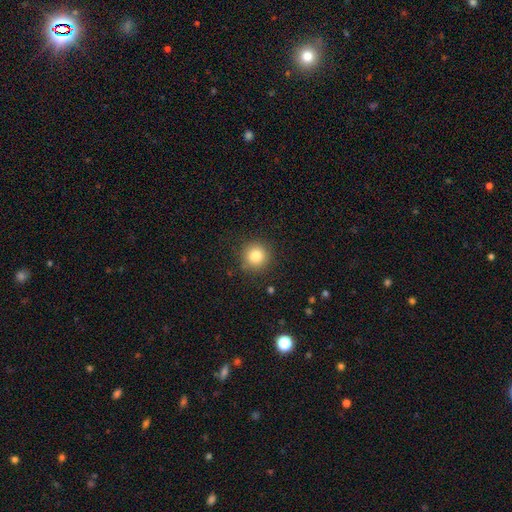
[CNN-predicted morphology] smooth_or_featured: smooth (p=0.82) [alt: star or artifact p=0.11]
how_rounded: round (p=0.94) [alt: in between p=0.05]
merging: none (p=0.89) [alt: minor disturbance p=0.07]